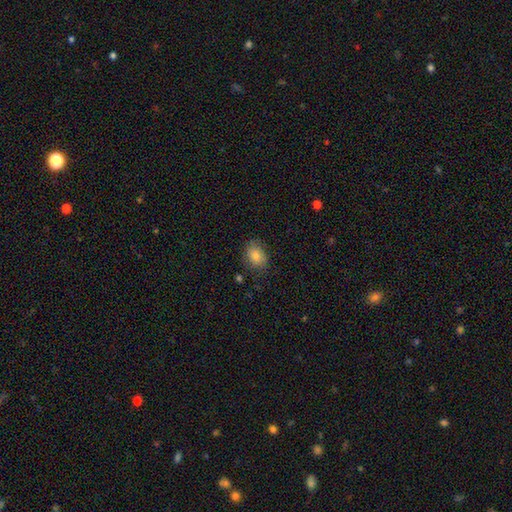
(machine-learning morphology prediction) A smooth galaxy with no disk features (81%) that is in between round and cigar-shaped (62%). Merging: none (77%).